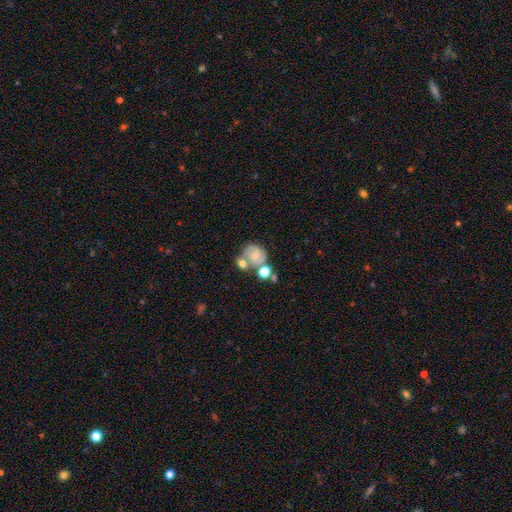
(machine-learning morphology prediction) Smooth or featured: featured or disk — 64% (smooth — 27%)
Edge-on disk: no — 98% (yes — 2%)
Bar: no — 68% (weak — 26%)
Spiral arms: yes — 89% (no — 11%)
Spiral winding: tight — 51% (medium — 39%)
Spiral arm count: 2 — 65% (can't tell — 13%)
Bulge size: small — 55% (moderate — 26%)
Merging: none — 44% (merger — 32%)